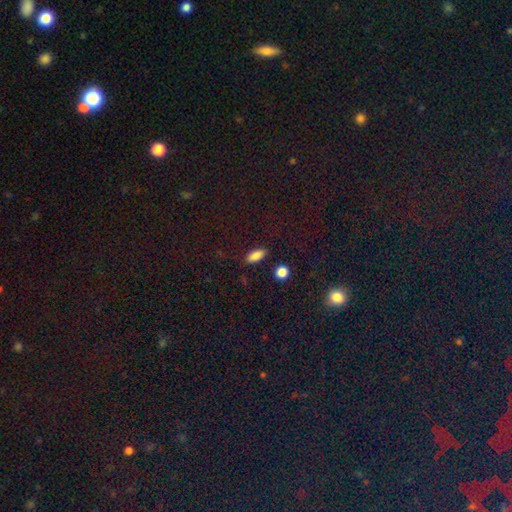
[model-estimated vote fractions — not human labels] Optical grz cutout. It shows a smooth galaxy with no disk features (84%) that is in between round and cigar-shaped (79%). Merging: none (85%).